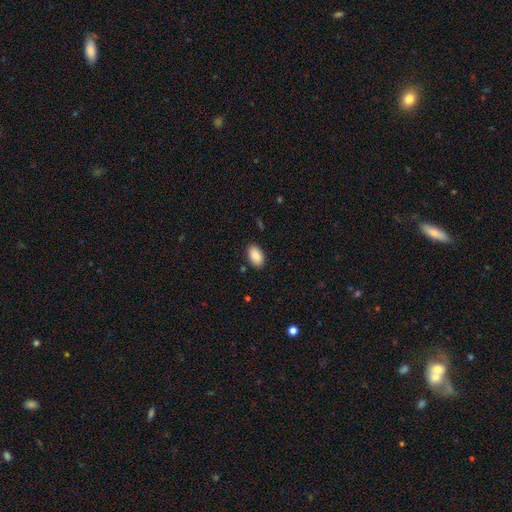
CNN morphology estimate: This is clearly a smooth galaxy (89%). How rounded: clearly in between (93%). Merging: clearly none (87%).